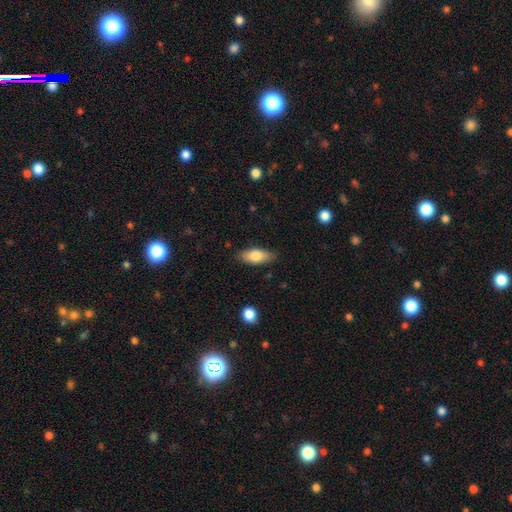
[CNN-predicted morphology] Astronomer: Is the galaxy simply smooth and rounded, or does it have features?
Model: smooth — 79%.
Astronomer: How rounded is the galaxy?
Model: in between — 82%.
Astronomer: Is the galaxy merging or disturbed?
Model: none — 83%.